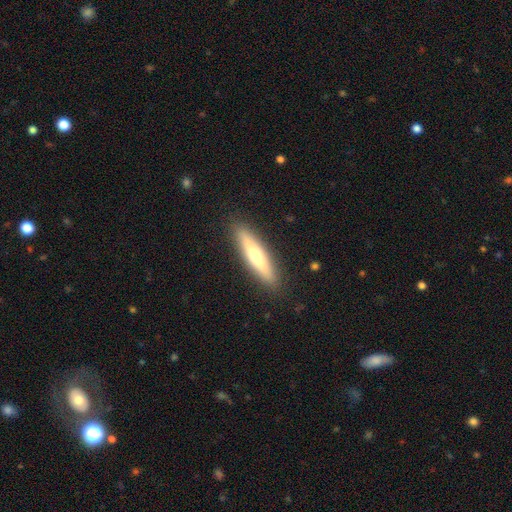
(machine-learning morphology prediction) Smooth or featured: smooth — 53% (featured or disk — 41%)
How rounded: cigar-shaped — 83% (in between — 16%)
Merging: none — 90% (minor disturbance — 7%)